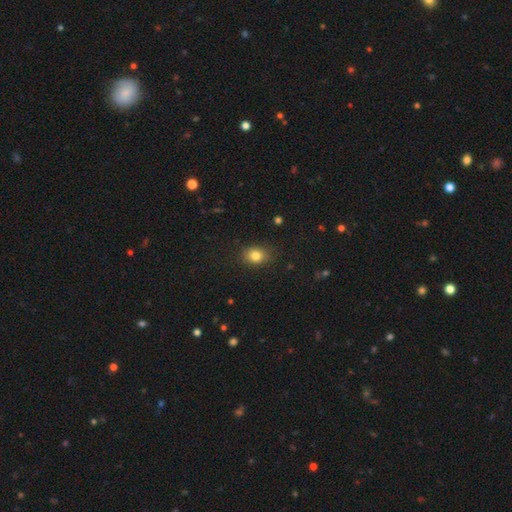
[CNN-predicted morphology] Q: Smooth or featured?
A: smooth (82%); runner-up: star or artifact (11%)
Q: How rounded?
A: in between (57%); runner-up: round (42%)
Q: Merging?
A: none (82%); runner-up: minor disturbance (13%)